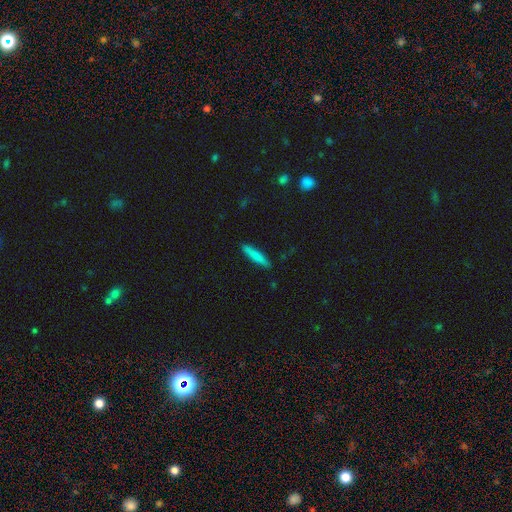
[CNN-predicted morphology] Smooth or featured? Predicted: smooth (p=0.82). How rounded? Predicted: cigar-shaped (p=0.89). Merging? Predicted: none (p=0.89).